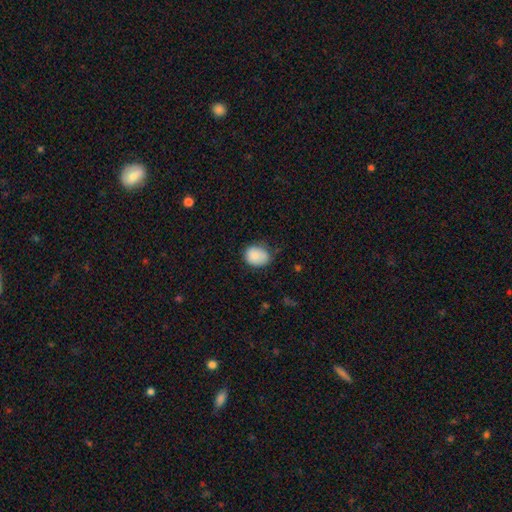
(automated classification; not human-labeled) Smooth or featured?
  - smooth: 84% *
  - star or artifact: 8%
  - featured or disk: 8%
How rounded?
  - round: 57% *
  - in between: 42%
  - cigar-shaped: 1%
Merging?
  - none: 60% *
  - minor disturbance: 32%
  - major disturbance: 6%
  - merger: 2%